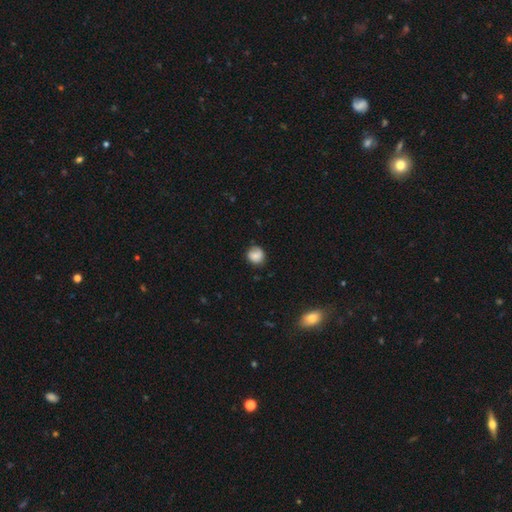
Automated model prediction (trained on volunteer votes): The model was most divided on "merging": none: 76%, minor disturbance: 18%, major disturbance: 4%, merger: 2%. More confident: how rounded — round (86%); smooth or featured — smooth (83%).